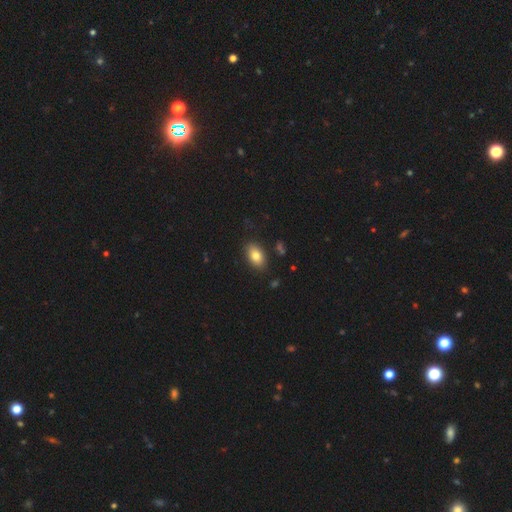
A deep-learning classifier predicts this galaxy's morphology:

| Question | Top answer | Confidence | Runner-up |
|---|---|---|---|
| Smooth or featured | smooth | 82% | featured or disk (10%) |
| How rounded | in between | 88% | round (10%) |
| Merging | none | 85% | minor disturbance (10%) |